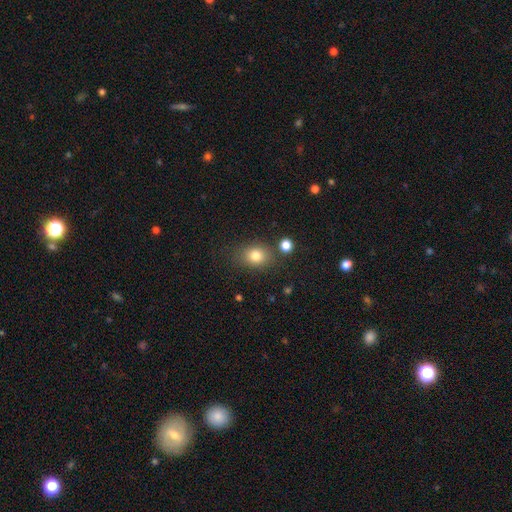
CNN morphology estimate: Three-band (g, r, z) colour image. It shows a smooth galaxy with no disk features (81%) that is in between round and cigar-shaped (50%). Merging: none (77%).